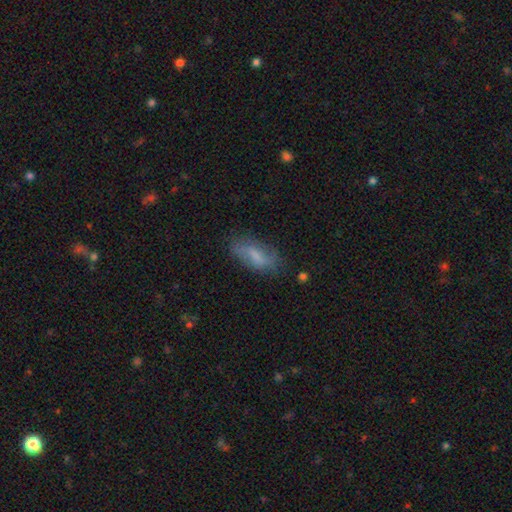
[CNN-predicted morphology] A smooth galaxy with no disk features (60%) that is in between round and cigar-shaped (78%).

Vote fractions:
- Smooth or featured? smooth: 60% / featured or disk: 32% / star or artifact: 8%
- How rounded? in between: 78% / cigar-shaped: 20% / round: 3%
- Merging? none: 67% / minor disturbance: 23% / major disturbance: 8% / merger: 2%